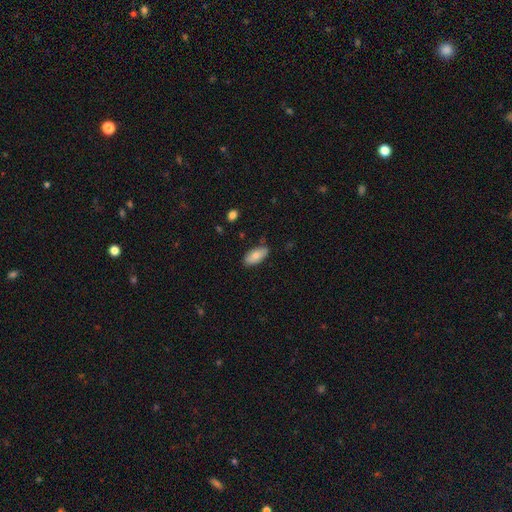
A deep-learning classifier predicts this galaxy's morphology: This appears to be a smooth galaxy with no disk features (81%) that is in between round and cigar-shaped (89%). Merging: none (79%).